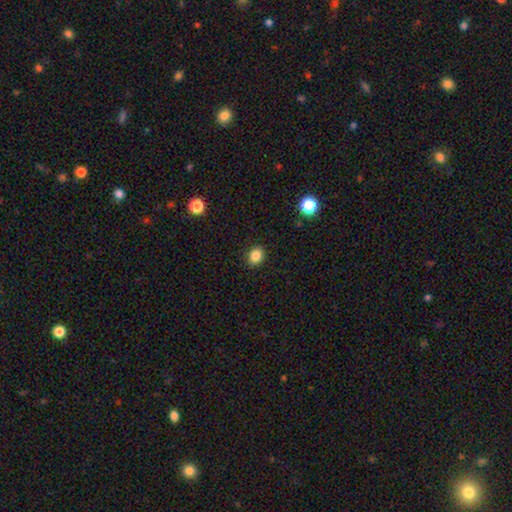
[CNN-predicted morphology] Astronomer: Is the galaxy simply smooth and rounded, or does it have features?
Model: smooth — 85%.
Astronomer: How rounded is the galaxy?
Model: round — 57% (runner-up: in between, 42%).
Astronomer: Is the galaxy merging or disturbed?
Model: none — 90%.